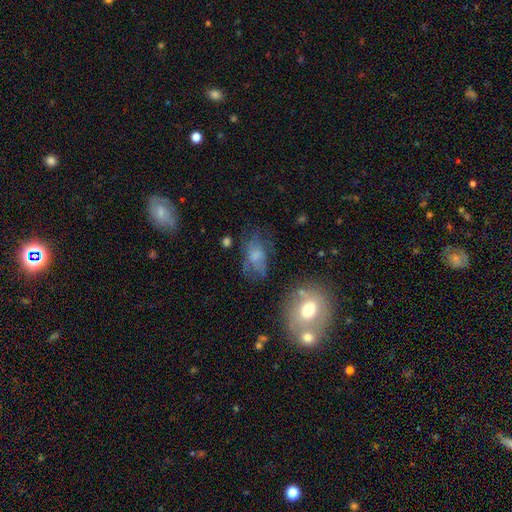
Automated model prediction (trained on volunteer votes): Overall: smooth (52%; featured or disk 33%). How rounded: in between (85%). Merging: none (51%; minor disturbance 25%).